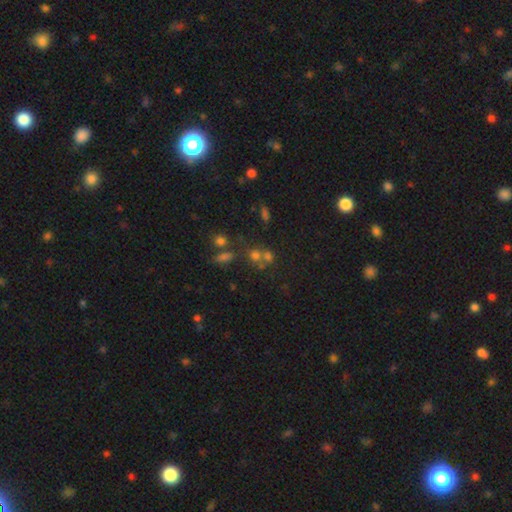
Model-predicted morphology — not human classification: type=smooth (57%); roundness=round (75%); merging=none (44%).